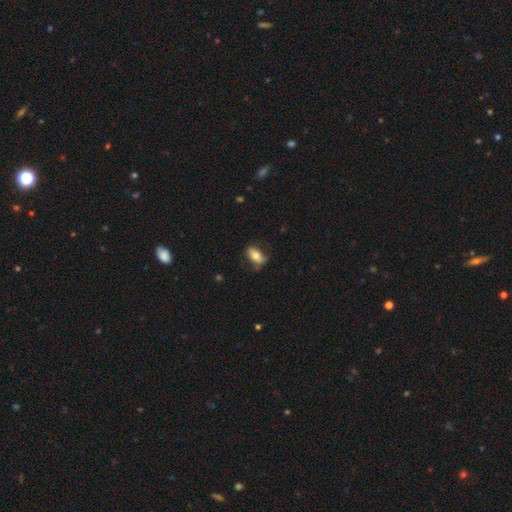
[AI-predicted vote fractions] A smooth galaxy with no disk features (68%) that is in between round and cigar-shaped (85%).

Vote fractions:
- Smooth or featured? smooth: 68% / featured or disk: 24% / star or artifact: 7%
- How rounded? in between: 85% / cigar-shaped: 8% / round: 7%
- Merging? none: 68% / minor disturbance: 22% / major disturbance: 8% / merger: 2%